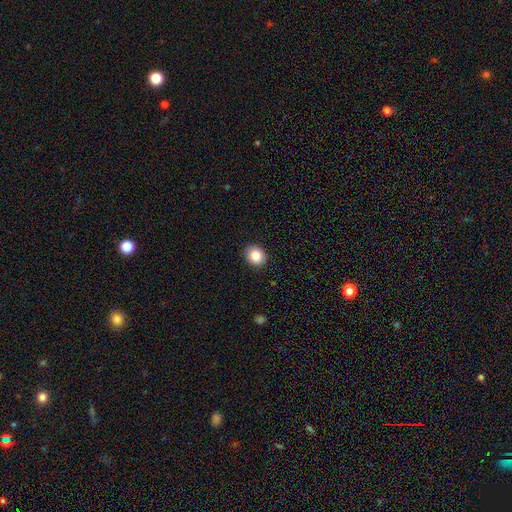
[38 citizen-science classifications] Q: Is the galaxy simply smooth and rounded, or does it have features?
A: smooth — 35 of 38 (92%).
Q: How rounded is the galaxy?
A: round — 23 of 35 (66%).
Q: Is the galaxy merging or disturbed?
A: none — 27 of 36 (75%).